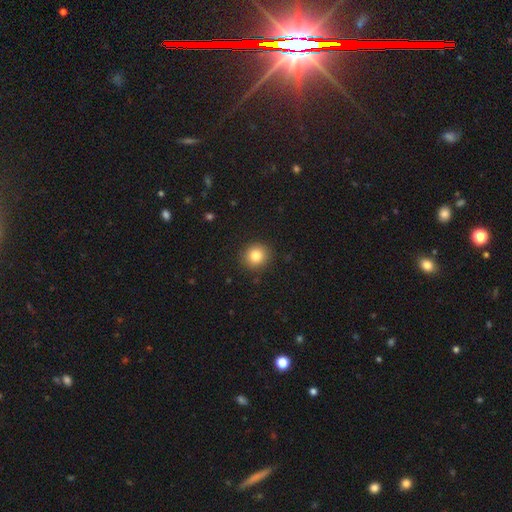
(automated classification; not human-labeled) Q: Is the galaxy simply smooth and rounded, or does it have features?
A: smooth — 82%.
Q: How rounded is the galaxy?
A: round — 90%.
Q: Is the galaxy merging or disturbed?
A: none — 91%.